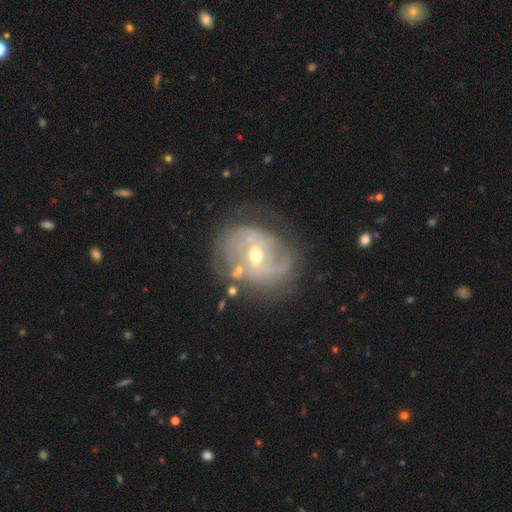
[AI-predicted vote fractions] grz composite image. It shows a featured or disk galaxy (82%) with a weak bar (44%), 2 (61%) medium (41%) spiral arms (88%) and a moderate central bulge (55%). Merging: none (64%).